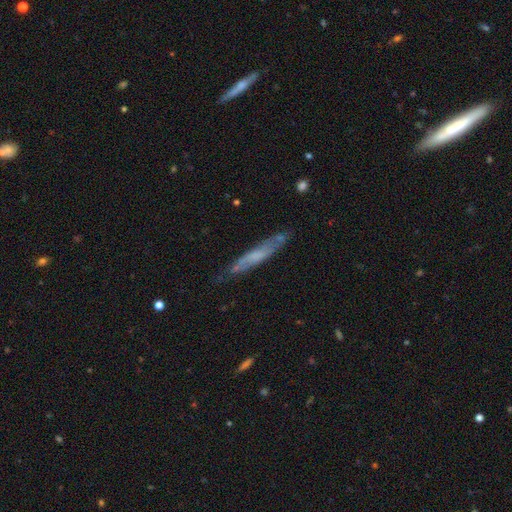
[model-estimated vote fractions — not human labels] smooth-or-featured: featured or disk: 48% | smooth: 45% | star or artifact: 7%
  merging: none: 69% | minor disturbance: 22% | major disturbance: 6% | merger: 3%